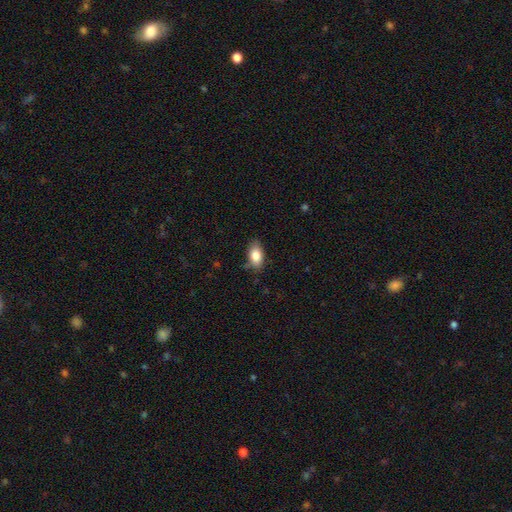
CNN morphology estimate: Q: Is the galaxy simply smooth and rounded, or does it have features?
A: smooth — 83%.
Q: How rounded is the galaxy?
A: in between — 89%.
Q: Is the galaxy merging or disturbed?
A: none — 77%.